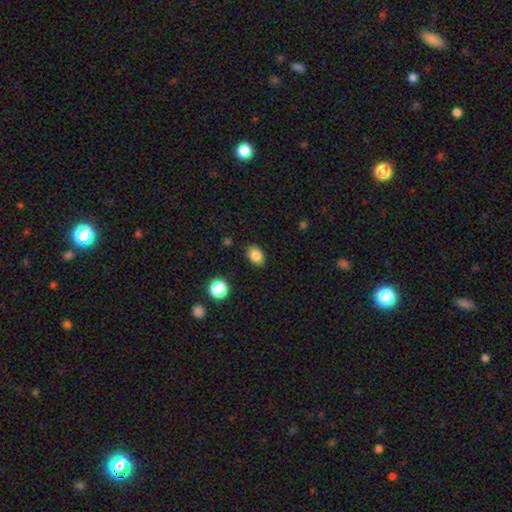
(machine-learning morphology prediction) Smooth or featured? Predicted: smooth (p=0.84). How rounded? Predicted: in between (p=0.79). Merging? Predicted: none (p=0.85).